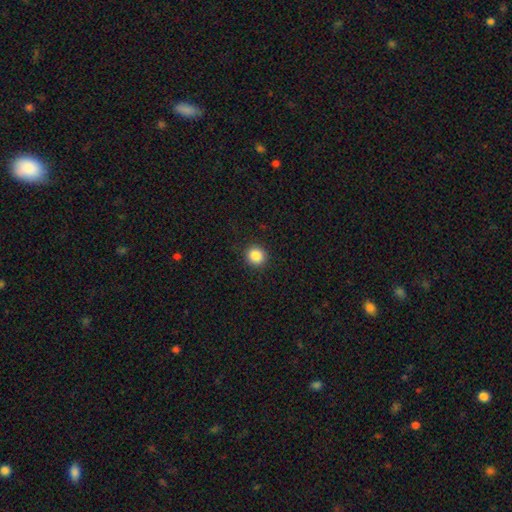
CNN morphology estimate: type=smooth (87%); roundness=round (90%); merging=none (91%).